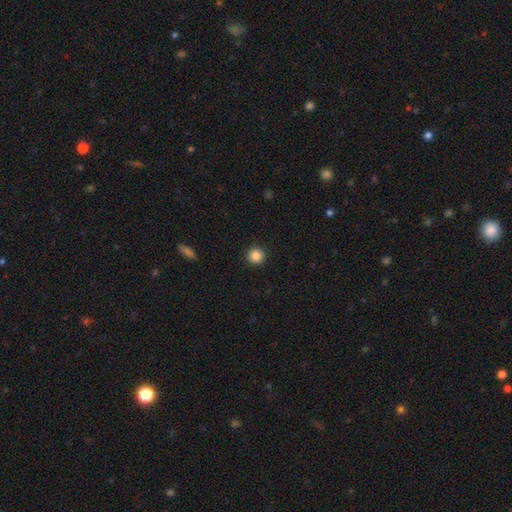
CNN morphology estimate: Overall: smooth (86%). How rounded: round (95%). Merging: none (92%).